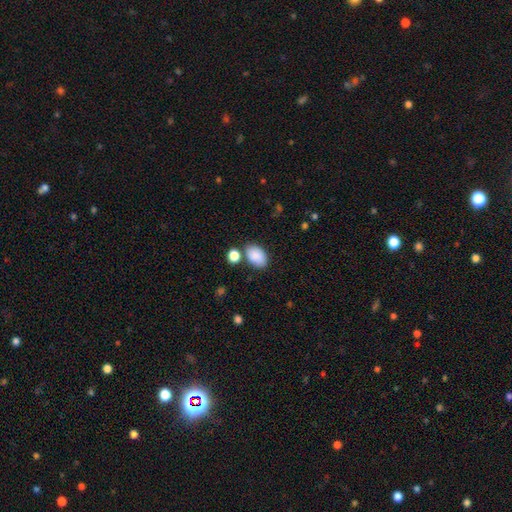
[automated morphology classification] A smooth galaxy with no disk features (87%) that is in between round and cigar-shaped (89%). Merging: none (71%).